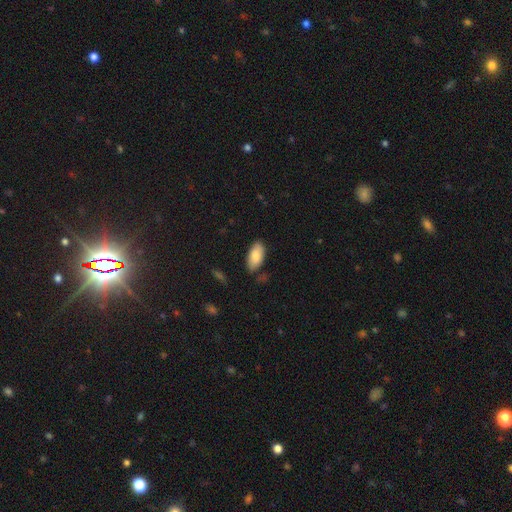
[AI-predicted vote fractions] smooth 83%, featured or disk 11%, star or artifact 6%. Down the decision tree: how rounded — in between (94%); merging — none (79%).